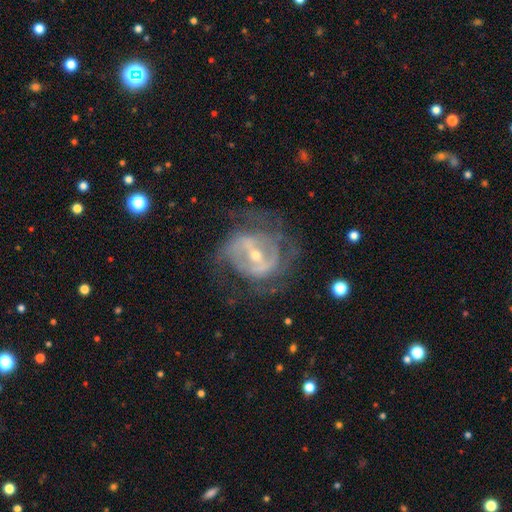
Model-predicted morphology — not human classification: Overall: featured or disk (85%). Edge-on disk: no (96%). Bar: strong (49%; weak 35%). Spiral arms: yes (81%). Spiral arm count: 2 (46%; can't tell 31%). Spiral winding: medium (42%; tight 38%). Bulge size: small (60%; moderate 36%). Merging: none (58%; major disturbance 21%).